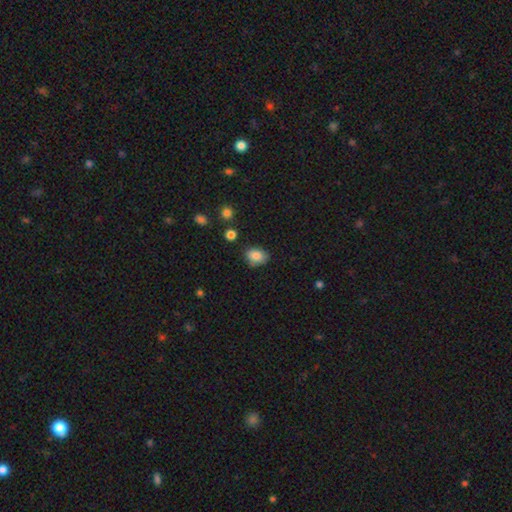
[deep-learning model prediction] Smooth or featured? Predicted: smooth (p=0.85). How rounded? Predicted: in between (p=0.73). Merging? Predicted: none (p=0.74).